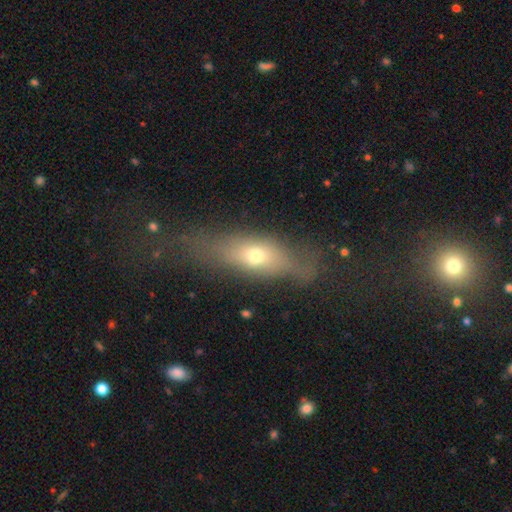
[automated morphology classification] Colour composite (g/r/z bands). It shows a smooth galaxy with no disk features (55%) that is in between round and cigar-shaped (53%). Merging: none (48%).